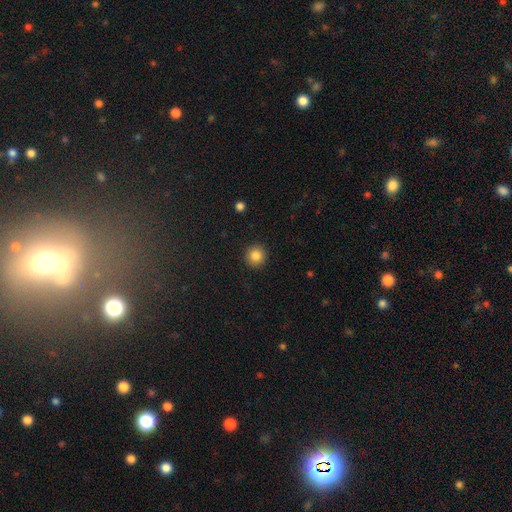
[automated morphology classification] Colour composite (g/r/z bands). It shows a smooth galaxy with no disk features (85%) that is round (95%). Merging: none (92%).